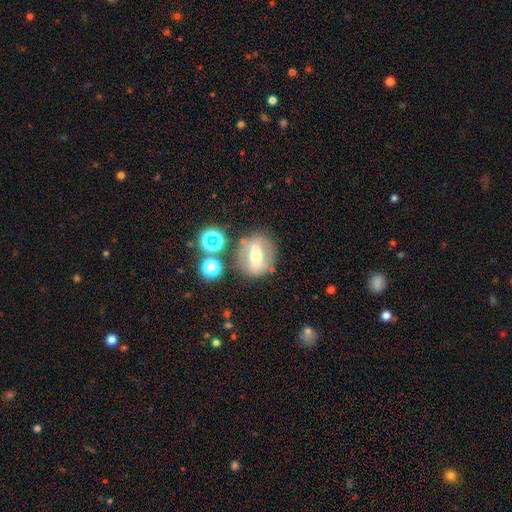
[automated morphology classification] Smooth or featured?
  - featured or disk: 61% *
  - smooth: 29%
  - star or artifact: 10%
Edge-on disk?
  - no: 82% *
  - yes: 18%
Bar?
  - strong: 61% *
  - weak: 24%
  - no: 14%
Spiral arms?
  - no: 65% *
  - yes: 35%
Bulge size?
  - moderate: 64% *
  - small: 26%
  - large: 7%
  - dominant: 1%
  - none: 1%
Merging?
  - none: 75% *
  - minor disturbance: 13%
  - merger: 6%
  - major disturbance: 6%